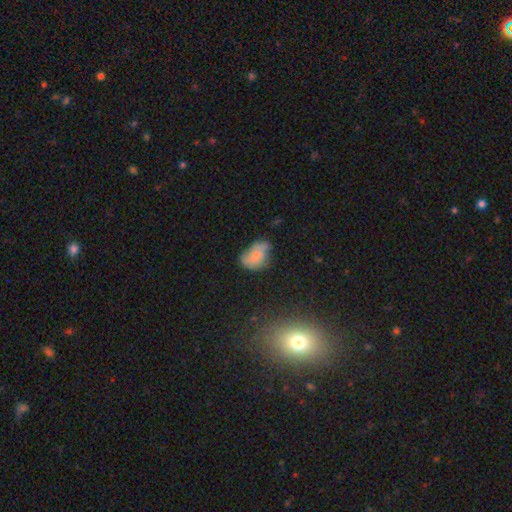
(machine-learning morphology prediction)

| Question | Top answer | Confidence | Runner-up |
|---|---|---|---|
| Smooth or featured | smooth | 68% | featured or disk (21%) |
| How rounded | in between | 85% | round (14%) |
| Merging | none | 41% | minor disturbance (37%) |